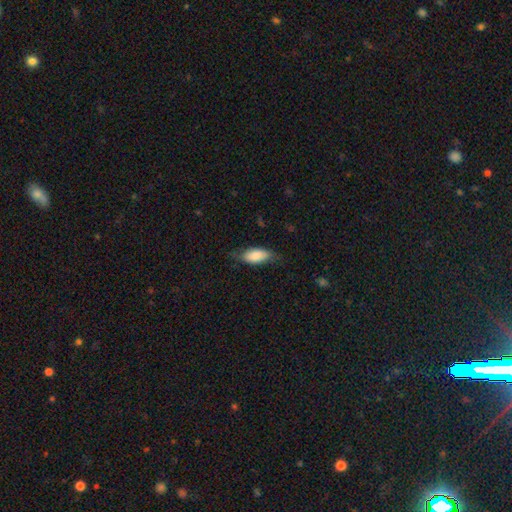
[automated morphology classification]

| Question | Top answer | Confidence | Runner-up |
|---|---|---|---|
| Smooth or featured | smooth | 78% | featured or disk (16%) |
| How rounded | in between | 84% | cigar-shaped (14%) |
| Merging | none | 64% | minor disturbance (27%) |